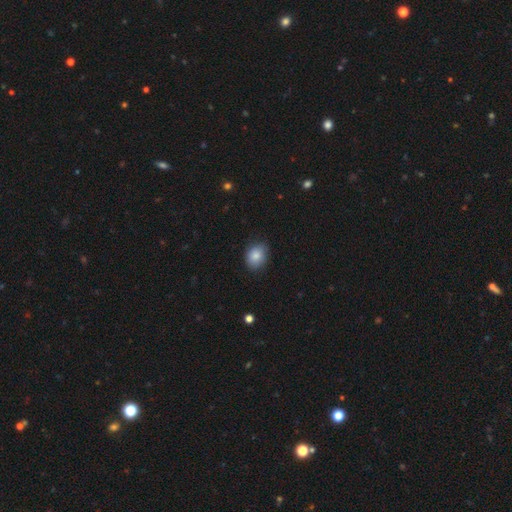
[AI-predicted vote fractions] Overall: smooth (85%). How rounded: in between (57%; round 42%). Merging: none (79%).